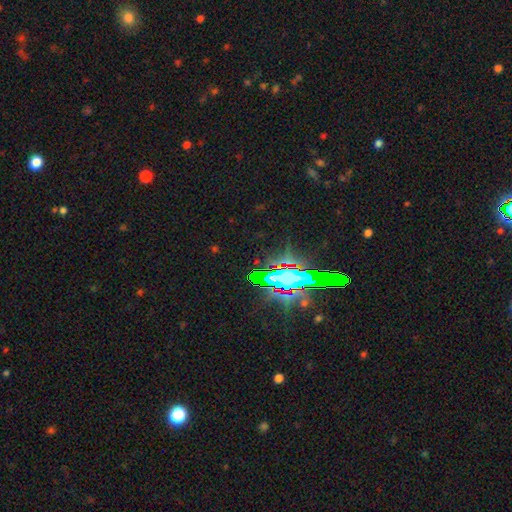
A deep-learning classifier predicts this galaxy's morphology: star or artifact 79%, featured or disk 11%, smooth 11%.